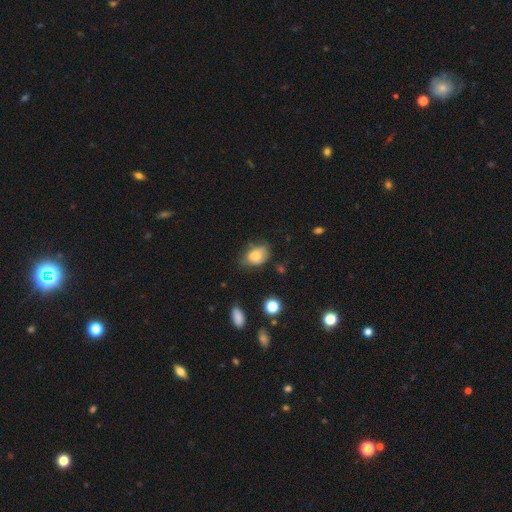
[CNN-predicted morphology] Q: Smooth or featured?
A: smooth (75%); runner-up: featured or disk (17%)
Q: How rounded?
A: in between (84%); runner-up: round (15%)
Q: Merging?
A: none (57%); runner-up: minor disturbance (32%)